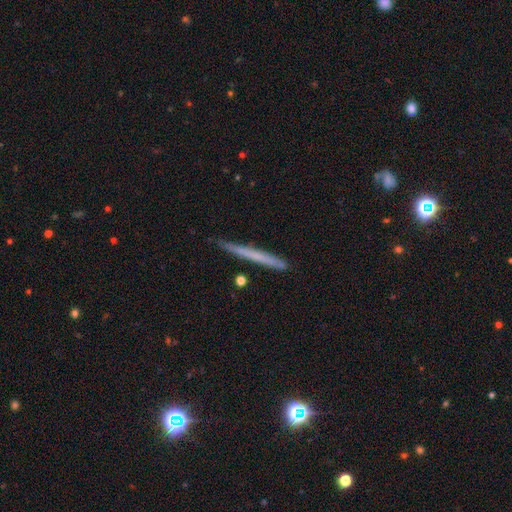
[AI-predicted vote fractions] A smooth galaxy with no disk features (55%) that is cigar-shaped (97%).

Vote fractions:
- Smooth or featured? smooth: 55% / featured or disk: 38% / star or artifact: 7%
- How rounded? cigar-shaped: 97% / in between: 2% / round: 1%
- Merging? none: 86% / minor disturbance: 11% / major disturbance: 2% / merger: 2%